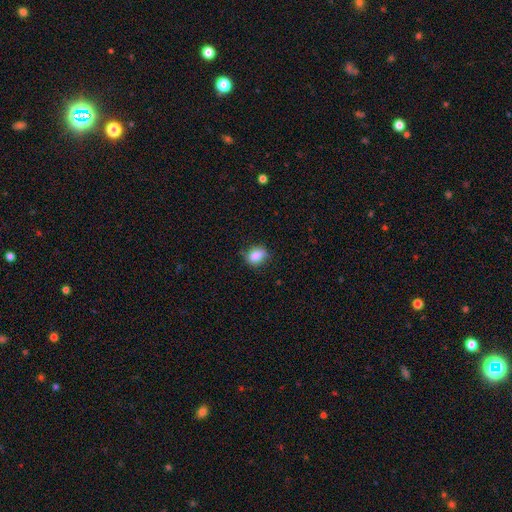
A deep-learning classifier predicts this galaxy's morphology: Overall: smooth (82%). How rounded: in between (52%; round 47%). Merging: none (72%).